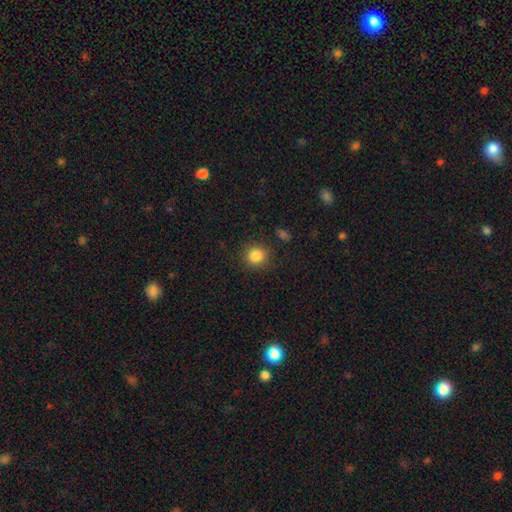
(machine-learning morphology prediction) Smooth or featured? Predicted: smooth (p=0.85). How rounded? Predicted: round (p=0.90). Merging? Predicted: none (p=0.87).